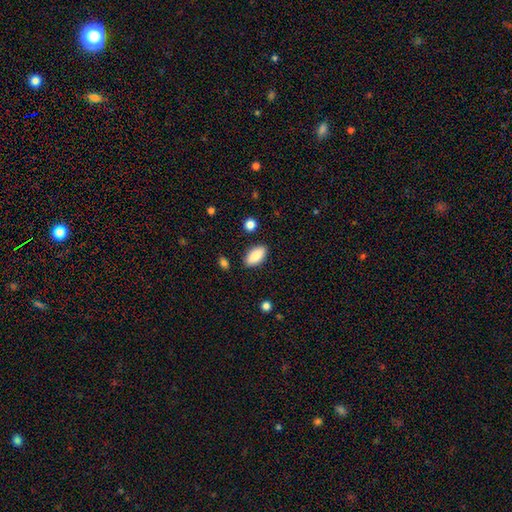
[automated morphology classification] Smooth or featured?
  - smooth: 85% *
  - featured or disk: 8%
  - star or artifact: 7%
How rounded?
  - in between: 90% *
  - cigar-shaped: 7%
  - round: 3%
Merging?
  - none: 86% *
  - minor disturbance: 9%
  - major disturbance: 2%
  - merger: 2%